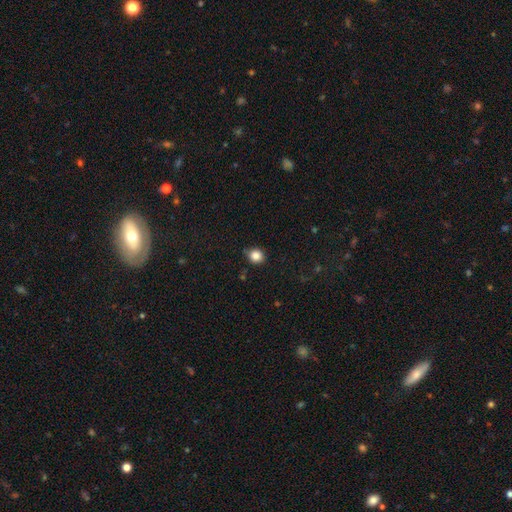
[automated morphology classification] The model was most divided on "how rounded": round: 78%, in between: 21%, cigar-shaped: 1%. More confident: smooth or featured — smooth (85%); merging — none (82%).